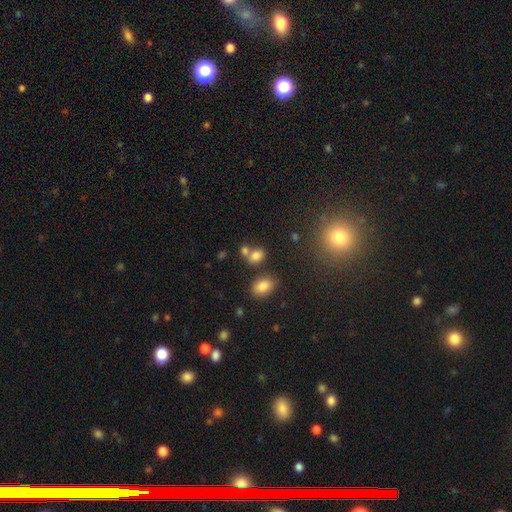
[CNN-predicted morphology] This appears to be a smooth galaxy with no disk features (77%) that is in between round and cigar-shaped (63%). Merging: none (48%).